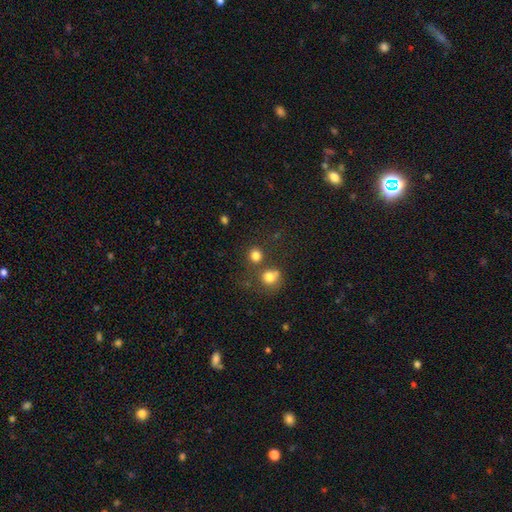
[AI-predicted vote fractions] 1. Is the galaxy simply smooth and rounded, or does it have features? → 78% smooth, 15% star or artifact, 7% featured or disk.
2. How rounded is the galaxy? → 85% round, 14% in between, 1% cigar-shaped.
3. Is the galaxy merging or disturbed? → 64% none, 22% merger, 9% minor disturbance, 4% major disturbance.